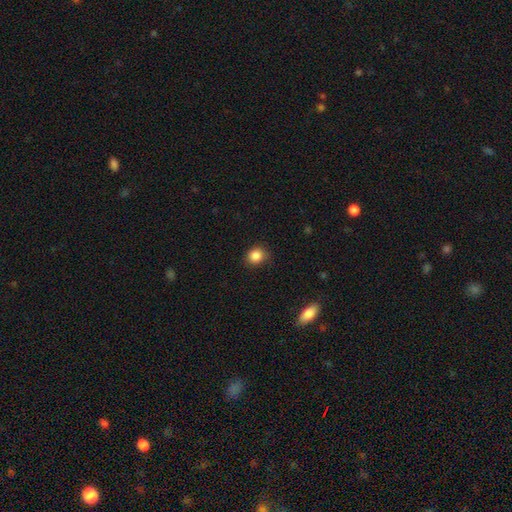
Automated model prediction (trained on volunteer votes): Q: Smooth or featured?
A: smooth (85%); runner-up: star or artifact (11%)
Q: How rounded?
A: round (80%); runner-up: in between (19%)
Q: Merging?
A: none (84%); runner-up: minor disturbance (12%)